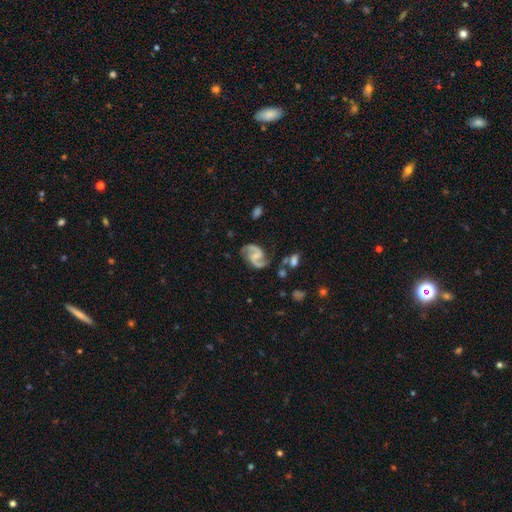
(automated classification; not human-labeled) smooth_or_featured: featured or disk (p=0.90) [alt: smooth p=0.05]
disk_edge_on: no (p=0.98) [alt: yes p=0.02]
bar: weak (p=0.45) [alt: no p=0.38]
has_spiral_arms: yes (p=0.98) [alt: no p=0.02]
spiral_winding: medium (p=0.54) [alt: loose p=0.33]
spiral_arm_count: 2 (p=0.93) [alt: can't tell p=0.02]
bulge_size: small (p=0.38) [alt: none p=0.37]
merging: none (p=0.74) [alt: minor disturbance p=0.15]